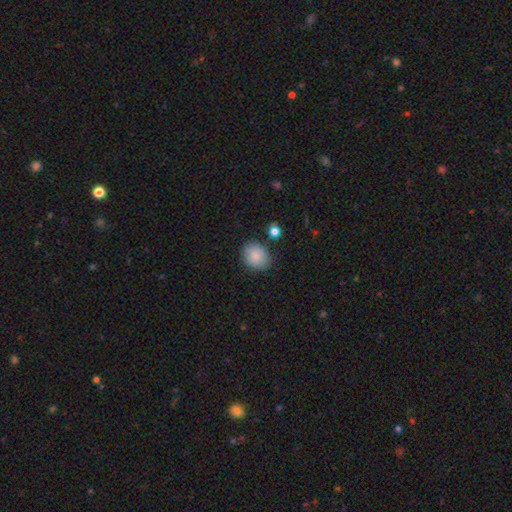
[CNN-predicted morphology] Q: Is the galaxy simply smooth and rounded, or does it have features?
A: smooth — 84%.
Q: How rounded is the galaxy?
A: round — 66%.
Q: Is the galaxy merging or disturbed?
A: none — 78%.